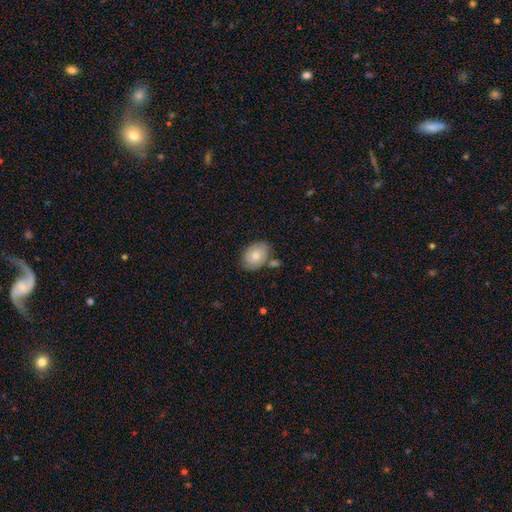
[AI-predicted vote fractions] smooth_or_featured: smooth (p=0.70) [alt: featured or disk p=0.23]
how_rounded: in between (p=0.76) [alt: round p=0.23]
merging: none (p=0.71) [alt: minor disturbance p=0.17]